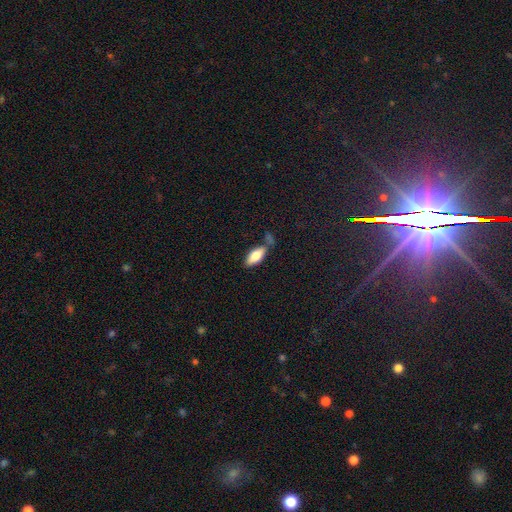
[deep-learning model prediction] Q: Smooth or featured?
A: smooth (78%); runner-up: featured or disk (15%)
Q: How rounded?
A: in between (84%); runner-up: cigar-shaped (13%)
Q: Merging?
A: none (58%); runner-up: minor disturbance (19%)